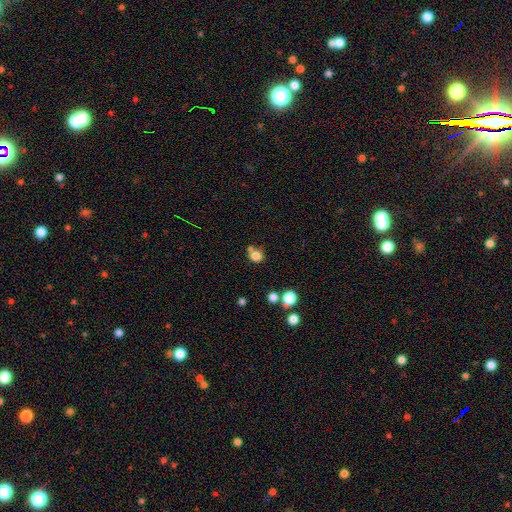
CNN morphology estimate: Overall: smooth (80%). How rounded: round (82%). Merging: none (59%; merger 25%).